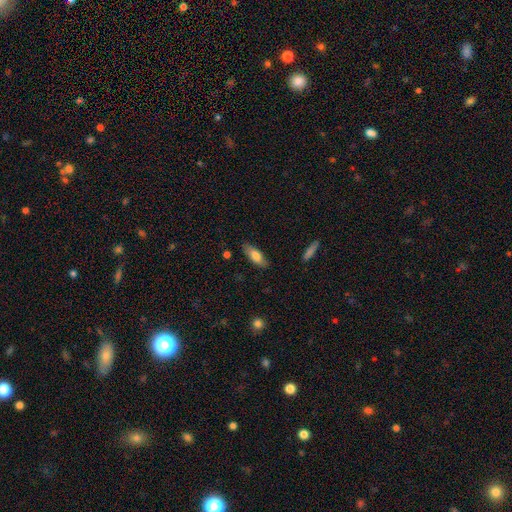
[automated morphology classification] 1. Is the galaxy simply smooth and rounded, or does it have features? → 78% smooth, 16% featured or disk, 6% star or artifact.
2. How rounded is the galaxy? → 68% in between, 30% cigar-shaped, 2% round.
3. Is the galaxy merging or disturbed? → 83% none, 13% minor disturbance, 3% major disturbance, 1% merger.